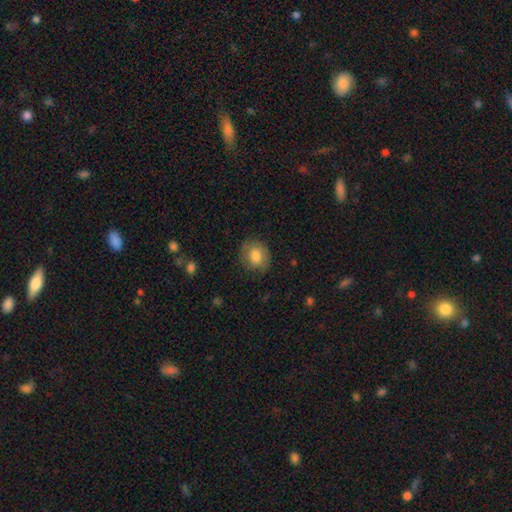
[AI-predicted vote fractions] This is likely a smooth galaxy (79%). How rounded: likely round (71%). Merging: likely none (77%).